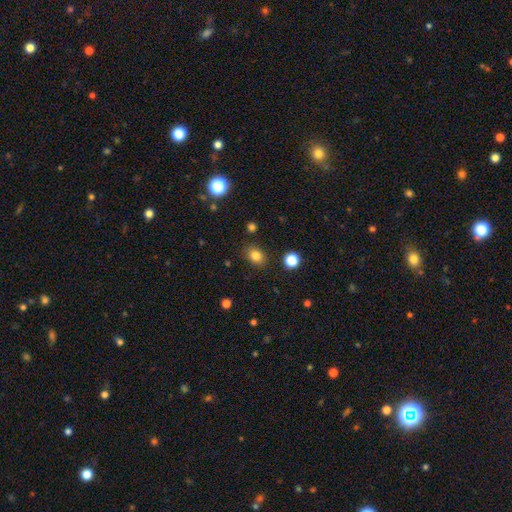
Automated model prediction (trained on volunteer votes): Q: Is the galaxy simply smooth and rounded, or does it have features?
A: smooth — 82%.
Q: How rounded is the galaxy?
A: in between — 55%.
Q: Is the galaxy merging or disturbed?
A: none — 84%.